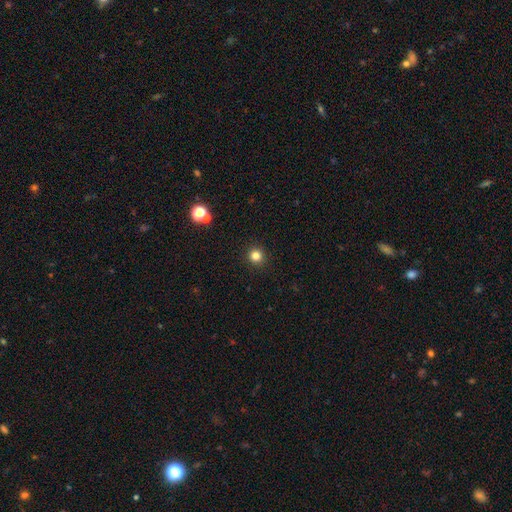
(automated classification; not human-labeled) Smooth or featured? smooth (81%)
How rounded? round (94%)
Merging? none (92%)